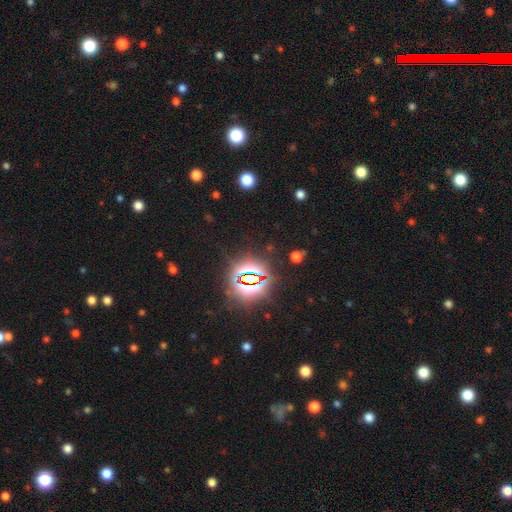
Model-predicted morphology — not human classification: Smooth or featured: star or artifact — 84% (smooth — 10%)